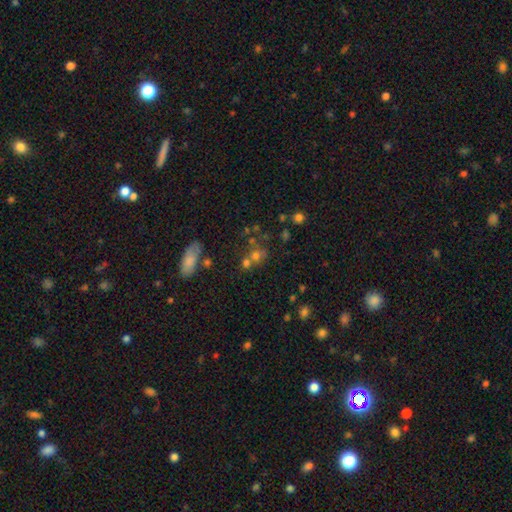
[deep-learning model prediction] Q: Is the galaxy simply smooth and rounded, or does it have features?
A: smooth — 61%.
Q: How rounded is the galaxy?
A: round — 75%.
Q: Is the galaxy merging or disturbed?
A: none — 45%.